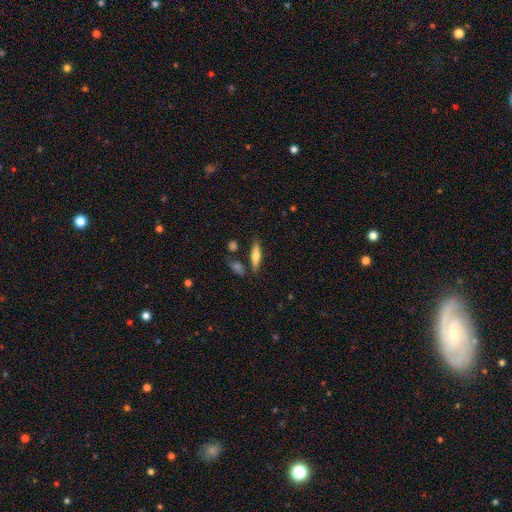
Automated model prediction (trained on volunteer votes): This appears to be a smooth galaxy with no disk features (62%) that is cigar-shaped (69%). Merging: none (76%).